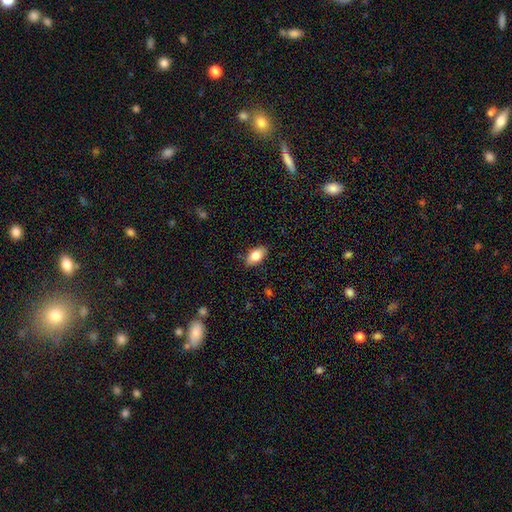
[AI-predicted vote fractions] This appears to be a smooth galaxy with no disk features (81%) that is in between round and cigar-shaped (91%). Merging: none (85%).